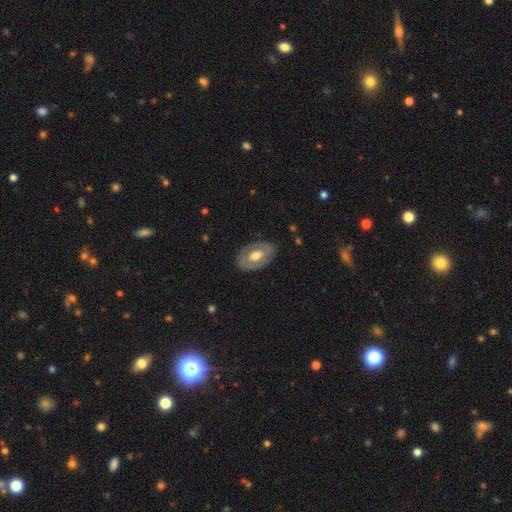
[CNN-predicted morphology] featured or disk 53%, smooth 42%, star or artifact 5%. Down the decision tree: edge-on disk — no (91%); merging — none (81%).